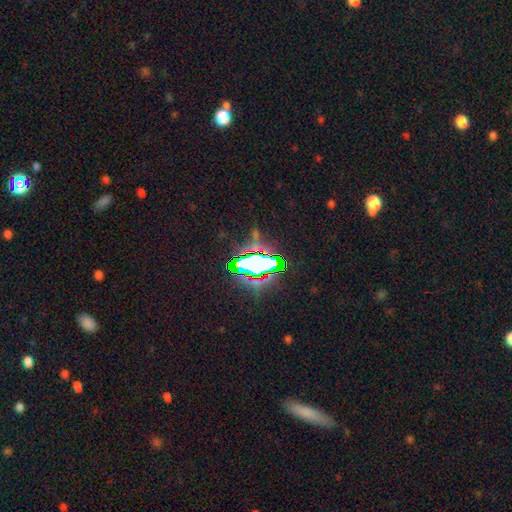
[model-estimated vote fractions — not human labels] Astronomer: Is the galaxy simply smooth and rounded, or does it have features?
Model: star or artifact — 63%.